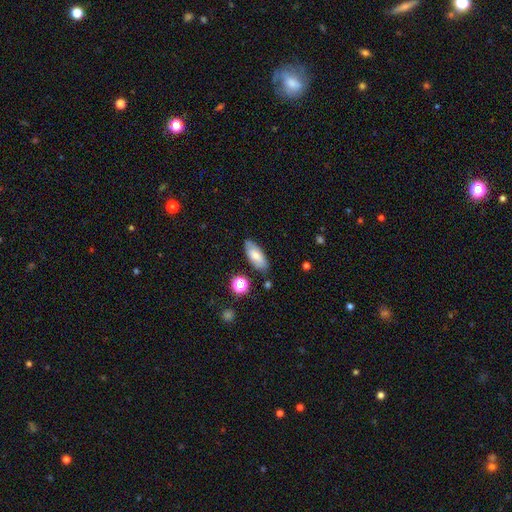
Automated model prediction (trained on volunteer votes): A smooth galaxy with no disk features (72%) that is in between round and cigar-shaped (82%). Merging: none (80%).